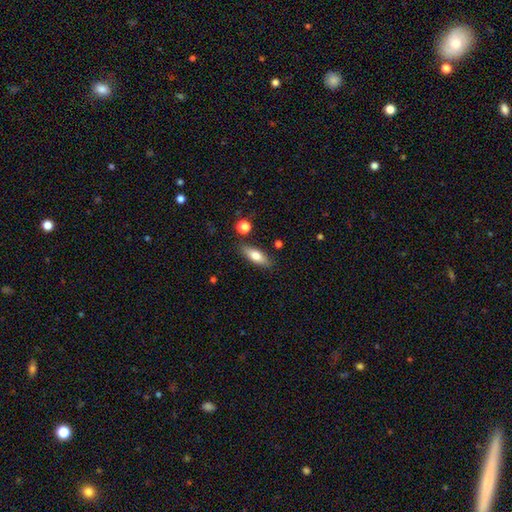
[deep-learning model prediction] This appears to be a smooth galaxy with no disk features (70%) that is in between round and cigar-shaped (61%). Merging: none (82%).